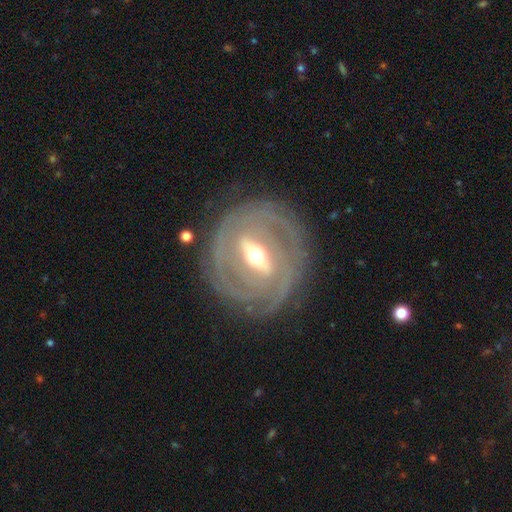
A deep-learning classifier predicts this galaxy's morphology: Smooth or featured: featured or disk — 88% (smooth — 7%)
Edge-on disk: no — 90% (yes — 10%)
Bar: strong — 67% (weak — 25%)
Spiral arms: yes — 87% (no — 13%)
Spiral winding: tight — 78% (medium — 17%)
Spiral arm count: can't tell — 33% (2 — 27%)
Bulge size: moderate — 64% (small — 28%)
Merging: none — 81% (minor disturbance — 13%)